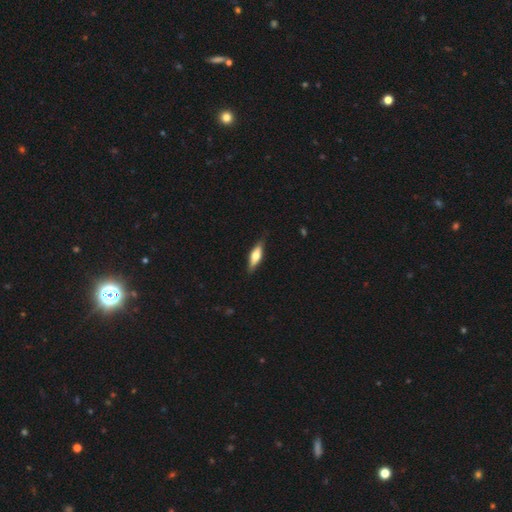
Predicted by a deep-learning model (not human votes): Overall: smooth (55%; featured or disk 39%). How rounded: cigar-shaped (50%; in between 47%). Merging: none (83%).